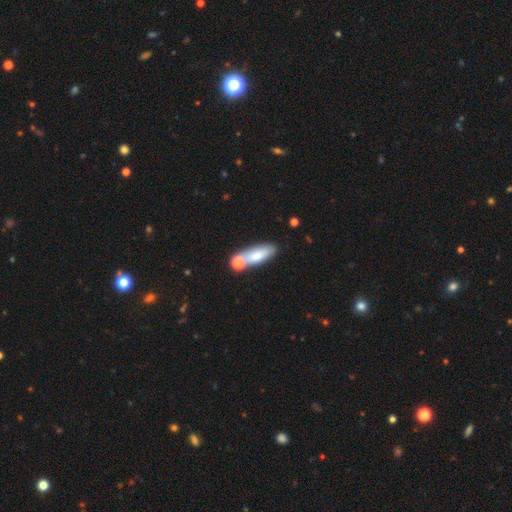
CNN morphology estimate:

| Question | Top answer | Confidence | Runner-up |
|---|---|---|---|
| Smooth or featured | smooth | 73% | featured or disk (20%) |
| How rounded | in between | 59% | cigar-shaped (38%) |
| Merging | none | 51% | merger (30%) |